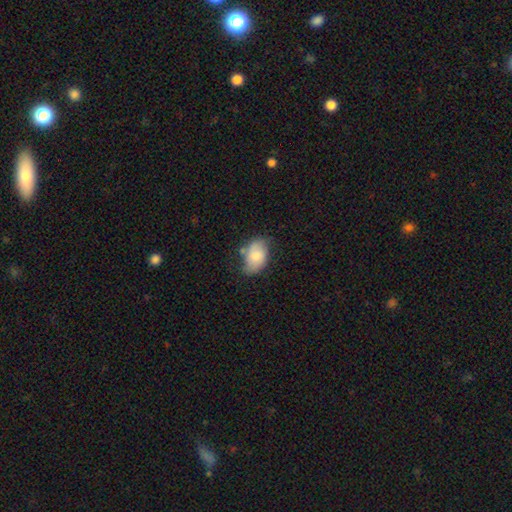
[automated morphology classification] type=smooth (70%); roundness=in between (87%); merging=none (55%).